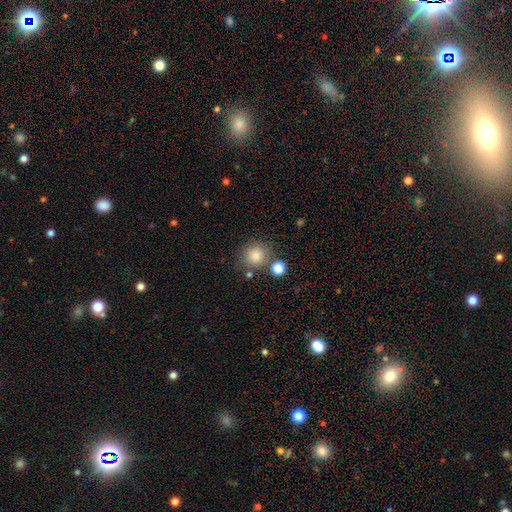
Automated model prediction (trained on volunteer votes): smooth-or-featured: smooth: 84% | star or artifact: 11% | featured or disk: 5%
  how-rounded: round: 90% | in between: 9% | cigar-shaped: 1%
  merging: none: 76% | minor disturbance: 10% | merger: 10% | major disturbance: 4%